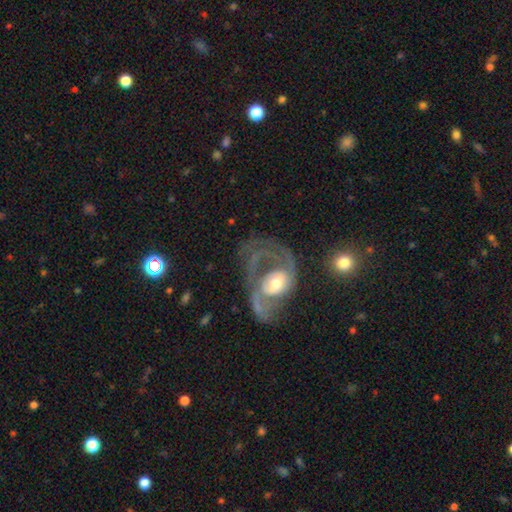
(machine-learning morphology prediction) Smooth or featured? Predicted: featured or disk (p=0.79). Edge-on disk? Predicted: no (p=0.97). Bar? Predicted: no (p=0.66). Spiral arms? Predicted: yes (p=0.78). Spiral winding? Predicted: medium (p=0.44). Spiral arm count? Predicted: 2 (p=0.49). Bulge size? Predicted: moderate (p=0.58). Merging? Predicted: major disturbance (p=0.45).